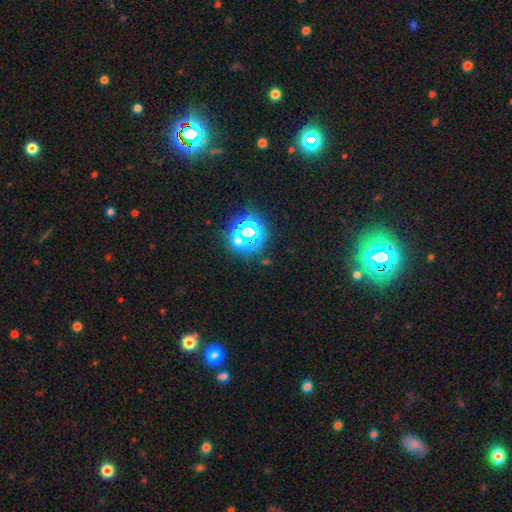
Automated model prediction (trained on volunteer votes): Smooth or featured?
  - star or artifact: 77% *
  - smooth: 15%
  - featured or disk: 7%